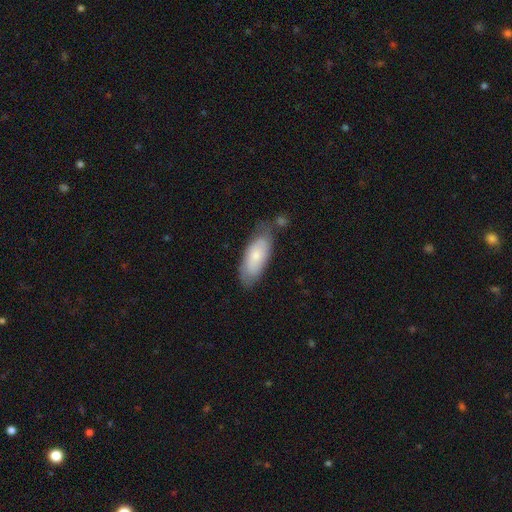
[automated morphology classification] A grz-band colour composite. It shows a smooth galaxy with no disk features (67%) that is in between round and cigar-shaped (75%). Merging: none (63%).